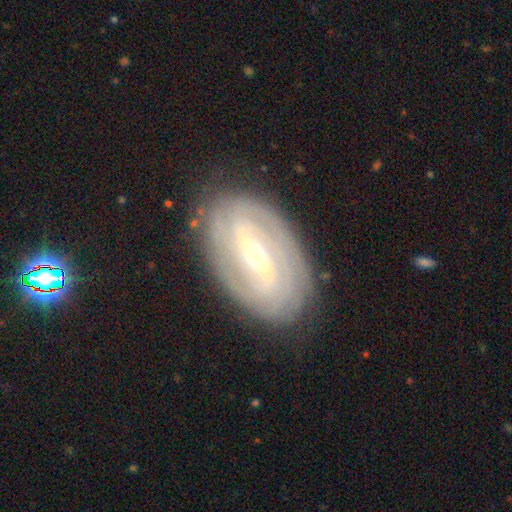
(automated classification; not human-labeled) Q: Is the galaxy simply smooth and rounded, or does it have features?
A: featured or disk — 84%.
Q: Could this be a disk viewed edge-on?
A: no — 94%.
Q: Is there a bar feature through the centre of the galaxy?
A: strong — 53%.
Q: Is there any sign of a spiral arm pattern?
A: yes — 92%.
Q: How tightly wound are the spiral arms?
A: tight — 75%.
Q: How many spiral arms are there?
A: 2 — 35%.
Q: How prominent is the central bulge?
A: moderate — 48%, tied with small.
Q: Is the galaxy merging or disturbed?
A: none — 83%.